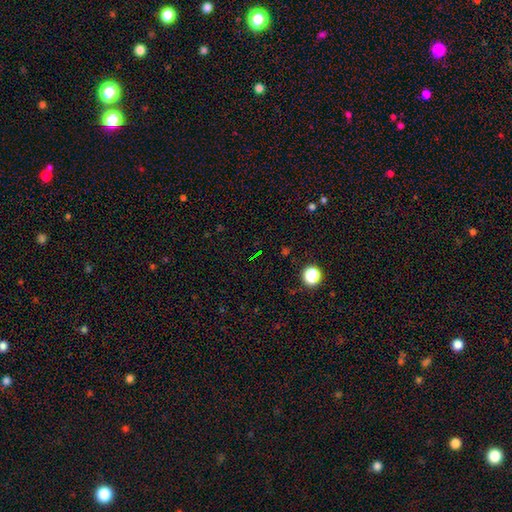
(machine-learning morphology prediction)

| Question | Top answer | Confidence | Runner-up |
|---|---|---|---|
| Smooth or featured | star or artifact | 72% | smooth (18%) |